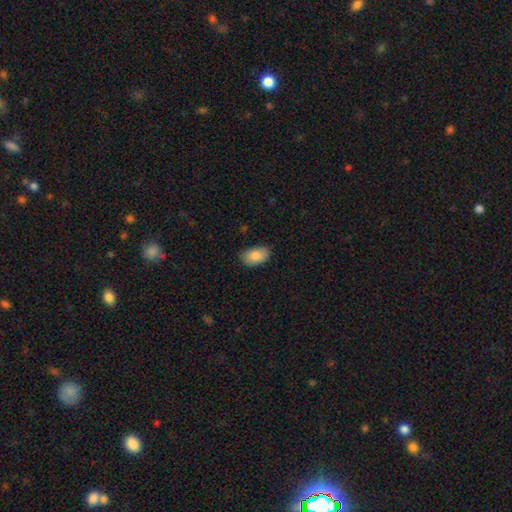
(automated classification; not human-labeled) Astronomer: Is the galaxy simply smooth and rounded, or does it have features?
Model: smooth — 88%.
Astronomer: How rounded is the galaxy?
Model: in between — 92%.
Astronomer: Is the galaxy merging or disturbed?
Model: none — 82%.